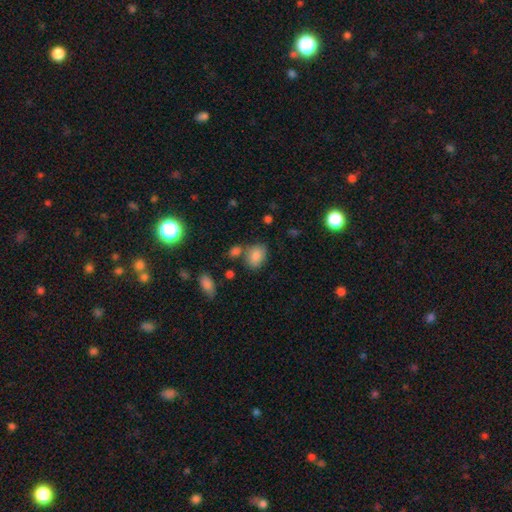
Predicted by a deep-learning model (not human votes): A smooth galaxy with no disk features (83%) that is in between round and cigar-shaped (73%).

Vote fractions:
- Smooth or featured? smooth: 83% / star or artifact: 9% / featured or disk: 8%
- How rounded? in between: 73% / round: 26% / cigar-shaped: 1%
- Merging? none: 64% / minor disturbance: 16% / merger: 14% / major disturbance: 5%